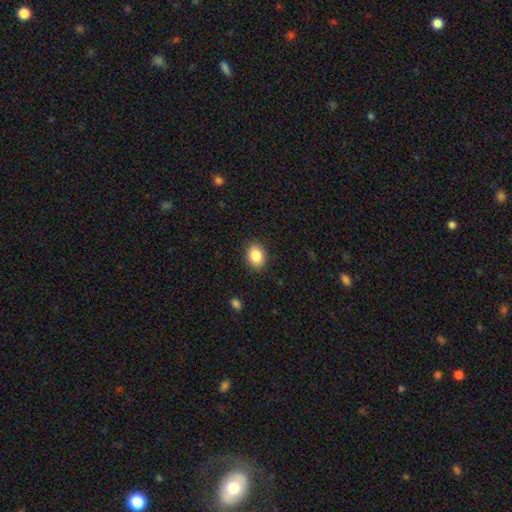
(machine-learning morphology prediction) A smooth galaxy with no disk features (86%) that is in between round and cigar-shaped (68%). Merging: none (88%).